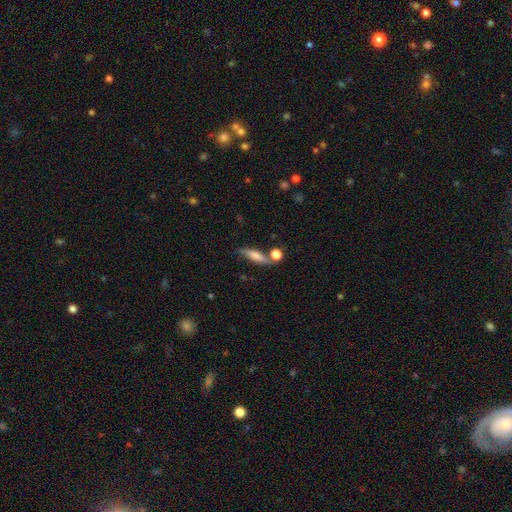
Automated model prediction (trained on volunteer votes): The model was most divided on "smooth or featured": smooth: 55%, featured or disk: 36%, star or artifact: 9%. More confident: how rounded — cigar-shaped (67%); merging — none (64%).